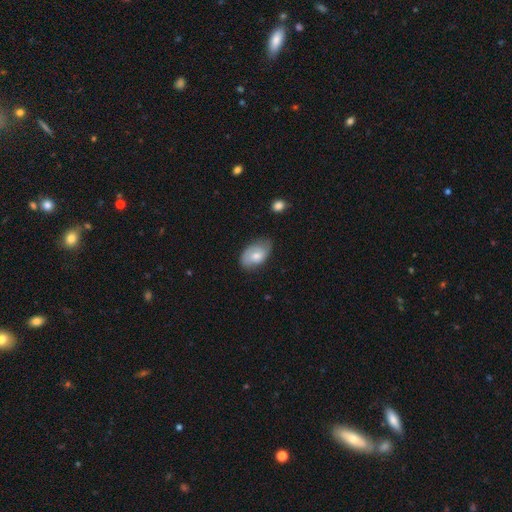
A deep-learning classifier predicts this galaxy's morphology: Smooth or featured?
  - smooth: 64% *
  - featured or disk: 29%
  - star or artifact: 7%
How rounded?
  - in between: 91% *
  - round: 8%
  - cigar-shaped: 1%
Merging?
  - none: 61% *
  - minor disturbance: 31%
  - major disturbance: 7%
  - merger: 2%